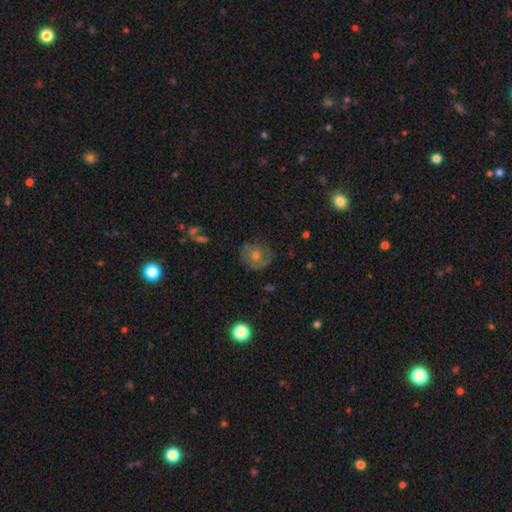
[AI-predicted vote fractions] A featured or disk galaxy (50%).

Vote fractions:
- Smooth or featured? featured or disk: 50% / smooth: 34% / star or artifact: 16%
- Edge-on disk? no: 96% / yes: 4%
- Merging? none: 75% / minor disturbance: 16% / major disturbance: 7% / merger: 2%